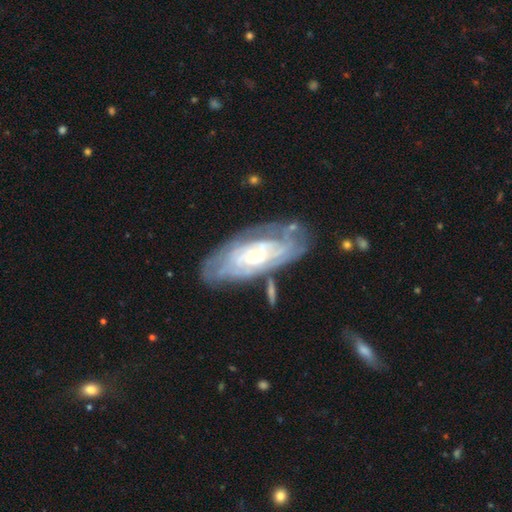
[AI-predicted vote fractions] A featured or disk galaxy (80%) with no bar (74%), tight (74%) spiral arms (87%) and a small central bulge (69%). Merging: none (66%).